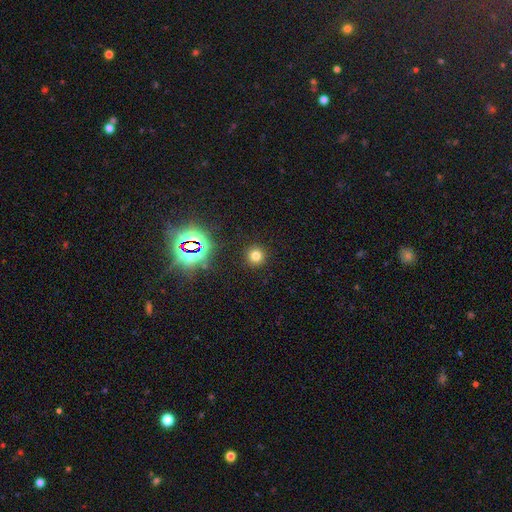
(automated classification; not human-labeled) This is likely a smooth galaxy (73%). How rounded: clearly round (94%). Merging: clearly none (91%).